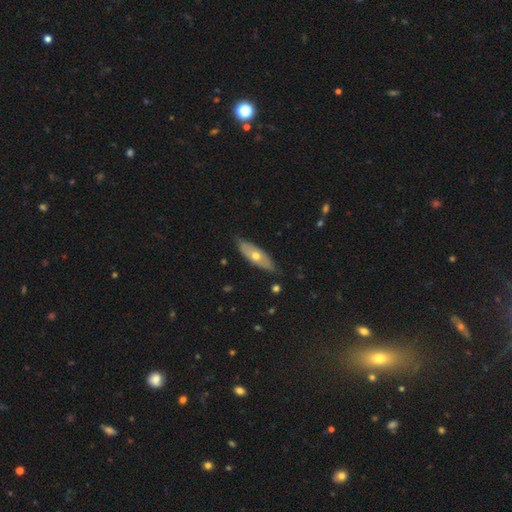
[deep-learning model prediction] Smooth or featured: featured or disk — 48% (smooth — 47%)
Merging: none — 77% (minor disturbance — 19%)